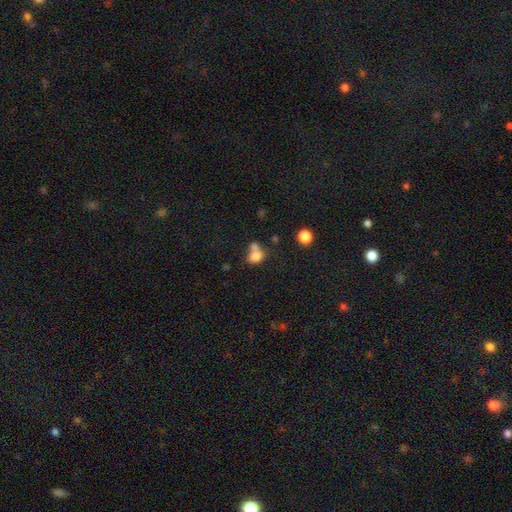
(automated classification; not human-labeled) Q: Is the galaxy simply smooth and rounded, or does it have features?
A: smooth — 77%.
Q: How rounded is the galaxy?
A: in between — 56%.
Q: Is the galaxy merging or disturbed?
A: merger — 49%.